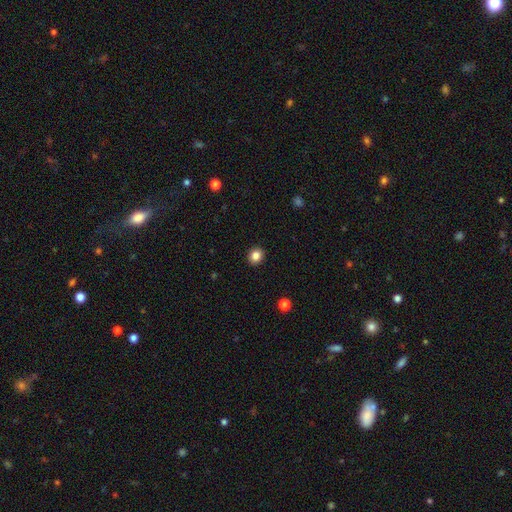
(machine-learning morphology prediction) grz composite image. It shows a smooth galaxy with no disk features (84%) that is round (72%). Merging: none (92%).